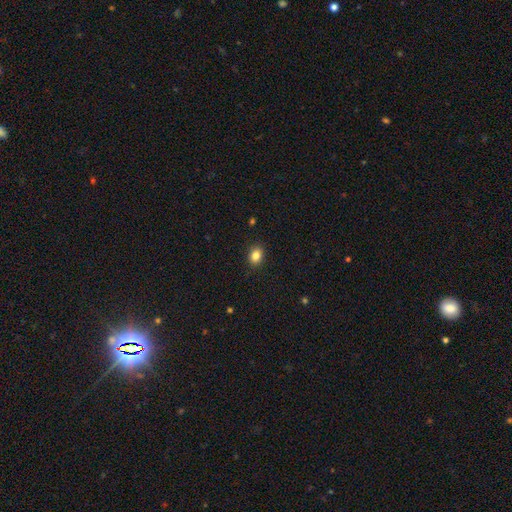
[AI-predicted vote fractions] Smooth or featured?
  - smooth: 84% *
  - star or artifact: 10%
  - featured or disk: 6%
How rounded?
  - in between: 57% *
  - round: 42%
  - cigar-shaped: 1%
Merging?
  - none: 89% *
  - minor disturbance: 8%
  - major disturbance: 2%
  - merger: 1%